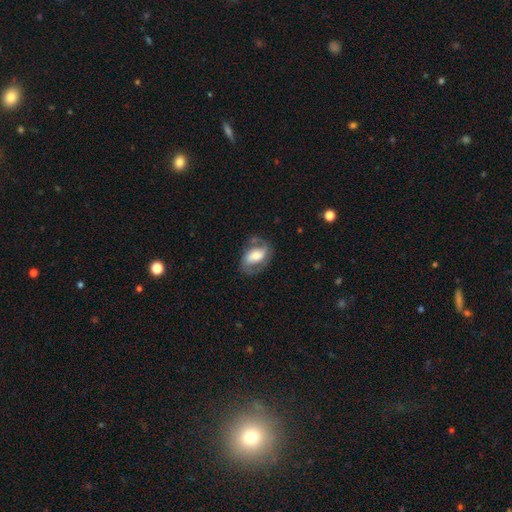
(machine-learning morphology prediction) featured or disk 65%, smooth 28%, star or artifact 7%. Down the decision tree: edge-on disk — no (96%); bar — no (38%); spiral arms — yes (84%); spiral arm count — 2 (83%); spiral winding — medium (48%); bulge size — moderate (44%); merging — none (66%).